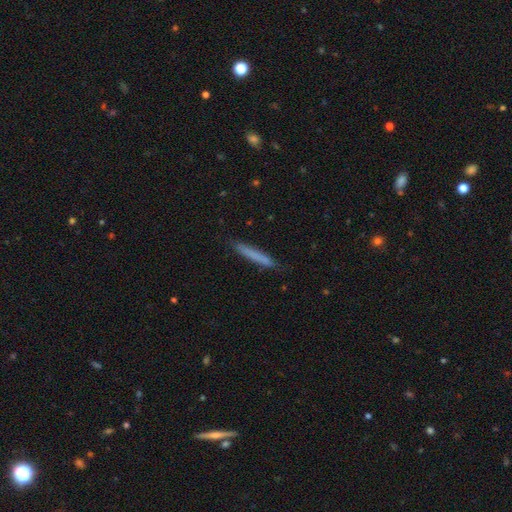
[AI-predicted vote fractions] Smooth or featured?
  - smooth: 73% *
  - featured or disk: 21%
  - star or artifact: 6%
How rounded?
  - cigar-shaped: 96% *
  - in between: 2%
  - round: 1%
Merging?
  - none: 87% *
  - minor disturbance: 10%
  - major disturbance: 2%
  - merger: 1%